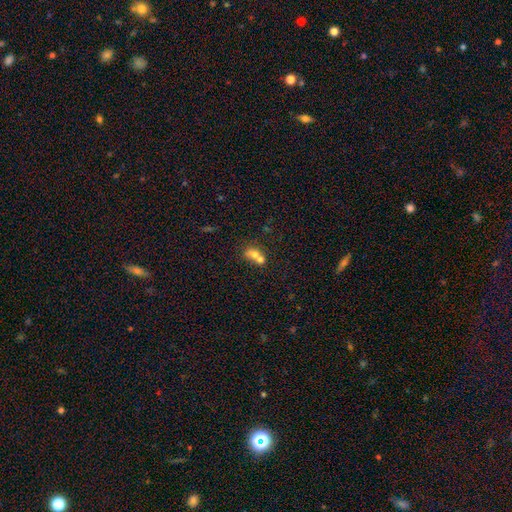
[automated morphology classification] Smooth or featured? smooth (66%)
How rounded? round (50%)
Merging? merger (68%)